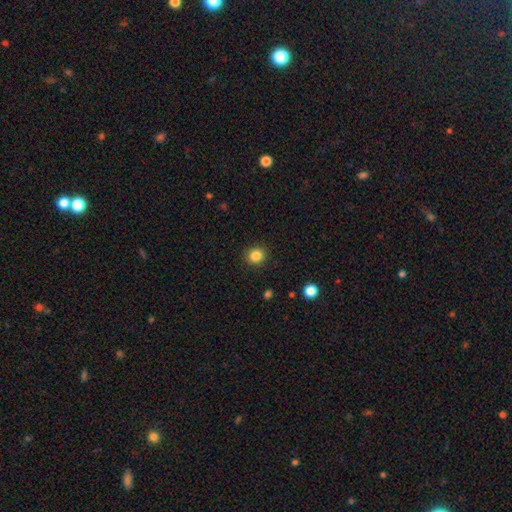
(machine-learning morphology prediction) Smooth or featured: smooth — 85% (star or artifact — 11%)
How rounded: round — 87% (in between — 12%)
Merging: none — 91% (minor disturbance — 6%)